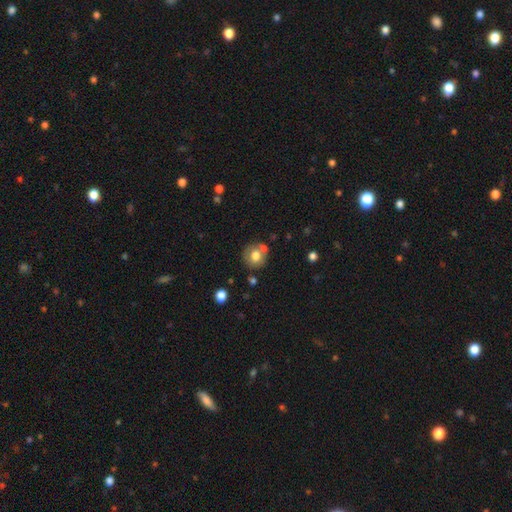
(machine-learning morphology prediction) smooth_or_featured: smooth (p=0.72) [alt: featured or disk p=0.19]
how_rounded: round (p=0.84) [alt: in between p=0.15]
merging: none (p=0.62) [alt: merger p=0.19]